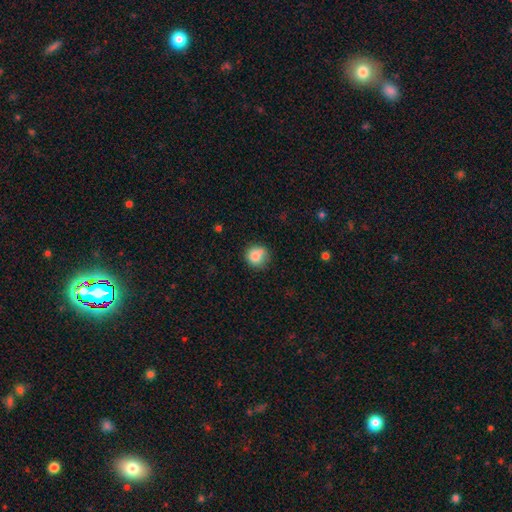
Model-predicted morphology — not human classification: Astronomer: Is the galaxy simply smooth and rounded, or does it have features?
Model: smooth — 81%.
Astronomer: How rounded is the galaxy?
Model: round — 85%.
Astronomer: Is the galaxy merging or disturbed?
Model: none — 60%.